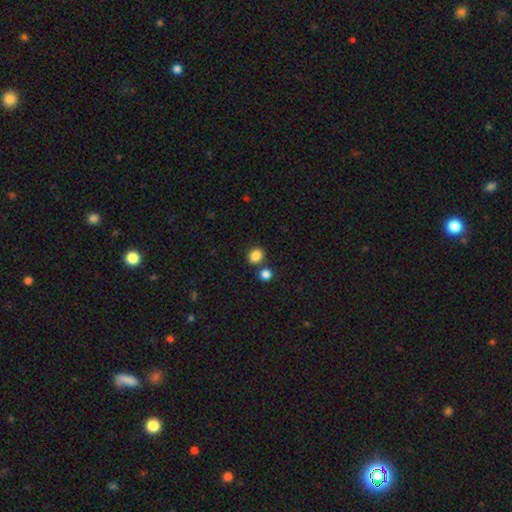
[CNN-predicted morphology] This appears to be a smooth galaxy with no disk features (86%) that is round (53%). Merging: none (75%).